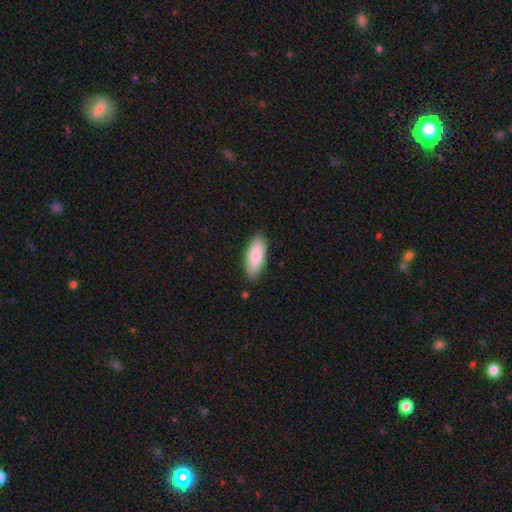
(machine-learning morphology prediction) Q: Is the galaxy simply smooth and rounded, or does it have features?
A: smooth — 86%.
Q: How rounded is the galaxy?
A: in between — 83%.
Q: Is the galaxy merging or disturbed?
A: none — 85%.